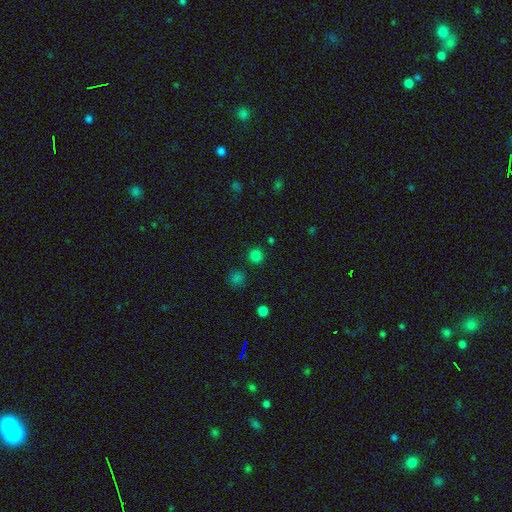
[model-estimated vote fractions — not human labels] Q: Smooth or featured?
A: smooth (78%); runner-up: star or artifact (18%)
Q: How rounded?
A: round (92%); runner-up: in between (7%)
Q: Merging?
A: none (87%); runner-up: minor disturbance (6%)